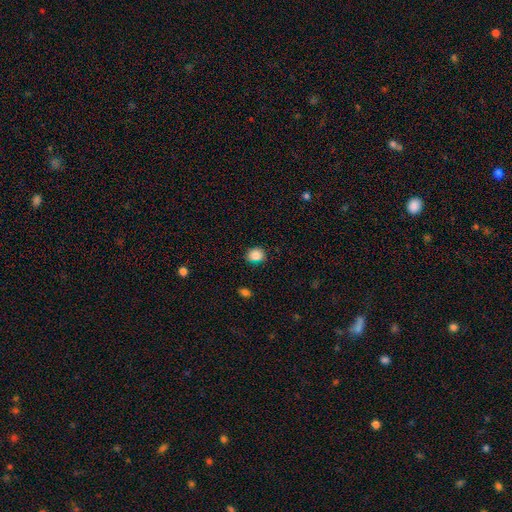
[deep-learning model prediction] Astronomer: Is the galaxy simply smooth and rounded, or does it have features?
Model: smooth — 86%.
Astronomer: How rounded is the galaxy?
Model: round — 66%.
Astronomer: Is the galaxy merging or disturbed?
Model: none — 76%.